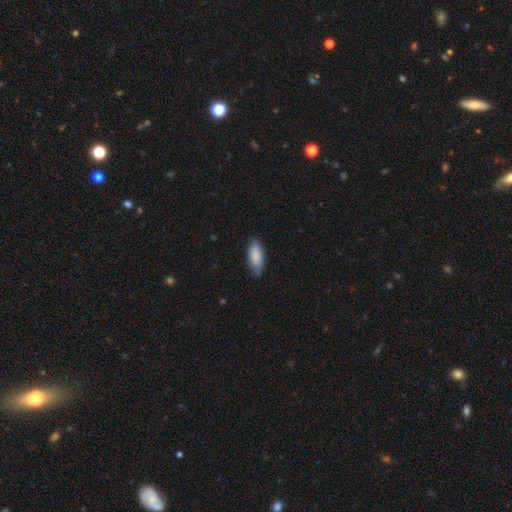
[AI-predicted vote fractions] Morphology: type=smooth (84%); roundness=in between (82%); merging=none (73%).